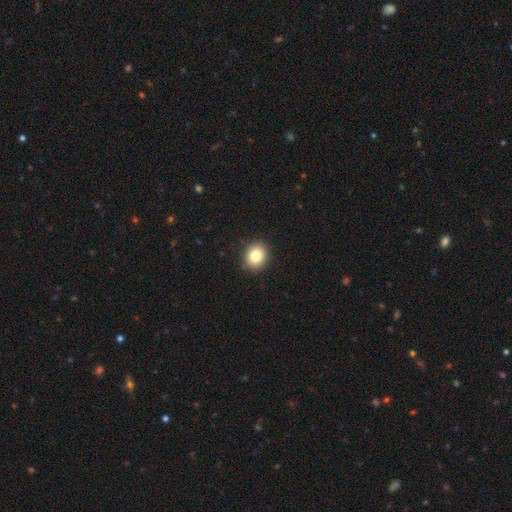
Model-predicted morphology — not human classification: The model was most divided on "how rounded": round: 72%, in between: 27%, cigar-shaped: 1%. More confident: merging — none (91%); smooth or featured — smooth (83%).